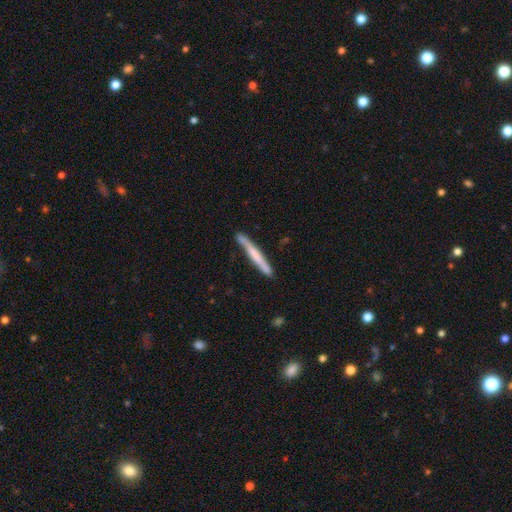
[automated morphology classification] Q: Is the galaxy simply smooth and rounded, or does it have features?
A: smooth — 48%.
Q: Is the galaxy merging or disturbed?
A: none — 80%.